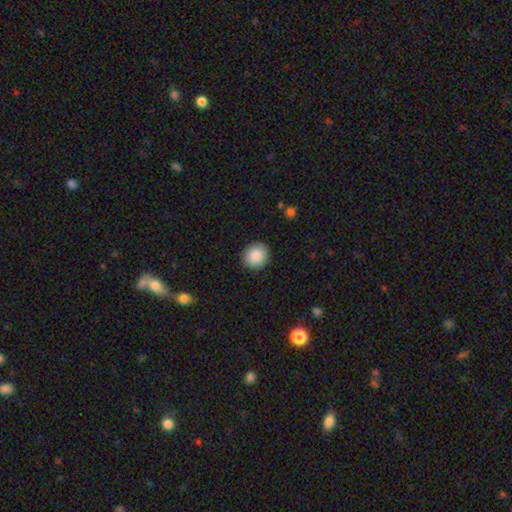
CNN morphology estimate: smooth 88%, star or artifact 8%, featured or disk 5%. Down the decision tree: how rounded — round (83%); merging — none (90%).